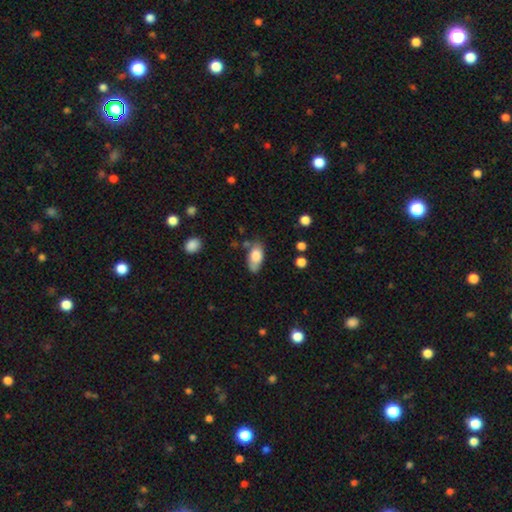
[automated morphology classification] smooth 79%, featured or disk 14%, star or artifact 7%. Down the decision tree: how rounded — in between (91%); merging — none (62%).